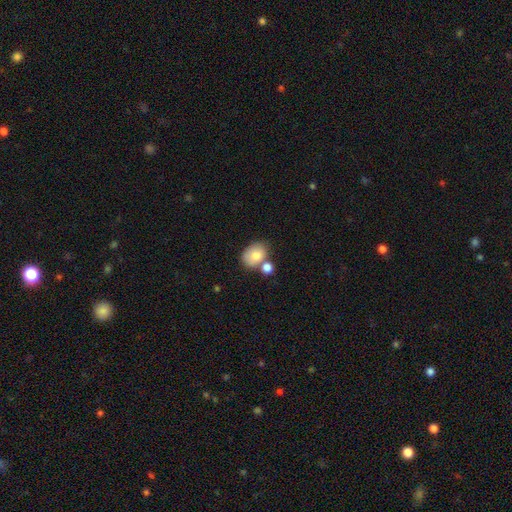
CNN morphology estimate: Overall: smooth (79%). How rounded: in between (66%; round 33%). Merging: none (52%; merger 29%).